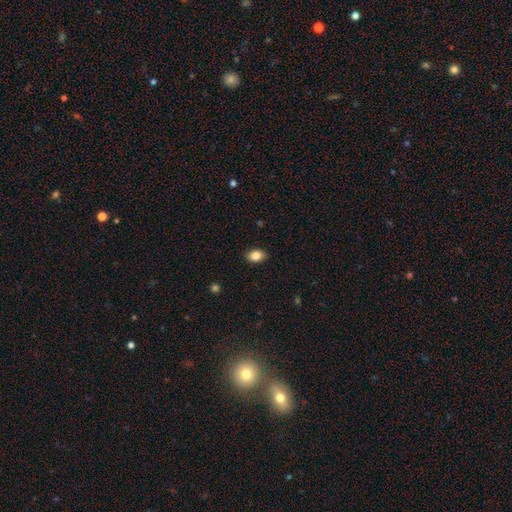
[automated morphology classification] This appears to be a smooth galaxy with no disk features (85%) that is in between round and cigar-shaped (83%). Merging: none (88%).